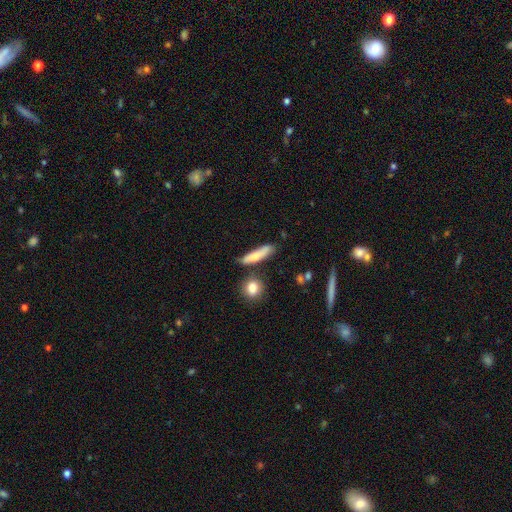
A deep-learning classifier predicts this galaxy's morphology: Smooth or featured: smooth — 74% (featured or disk — 19%)
How rounded: cigar-shaped — 76% (in between — 20%)
Merging: none — 68% (minor disturbance — 19%)